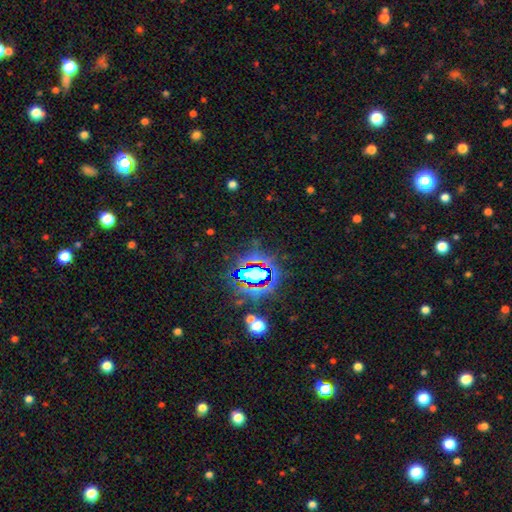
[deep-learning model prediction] A star or artifact, not a galaxy (82%).